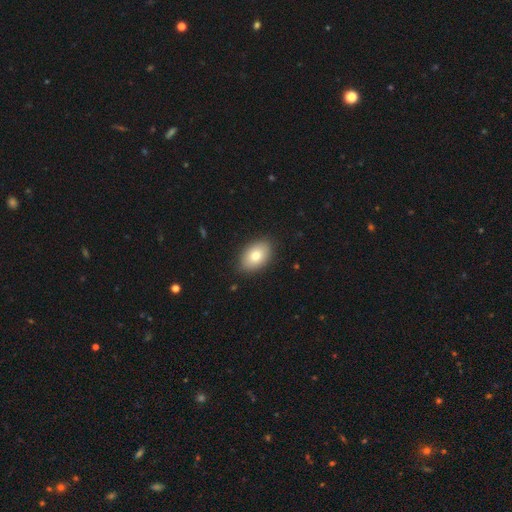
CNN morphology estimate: smooth 80%, featured or disk 13%, star or artifact 7%. Down the decision tree: how rounded — in between (88%); merging — none (87%).